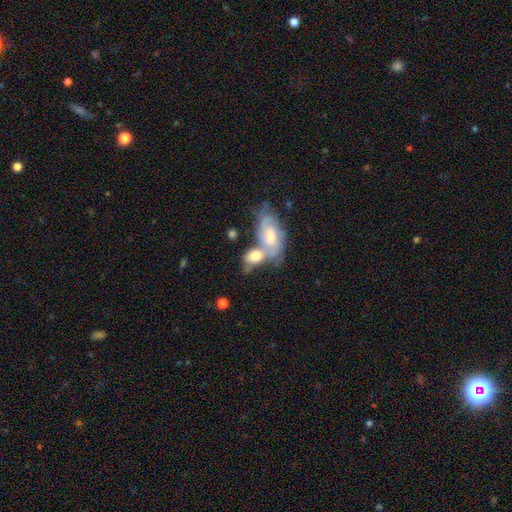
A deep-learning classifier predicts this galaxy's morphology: The model was most divided on "smooth or featured": smooth: 53%, featured or disk: 40%, star or artifact: 7%. More confident: how rounded — in between (79%); merging — merger (58%).